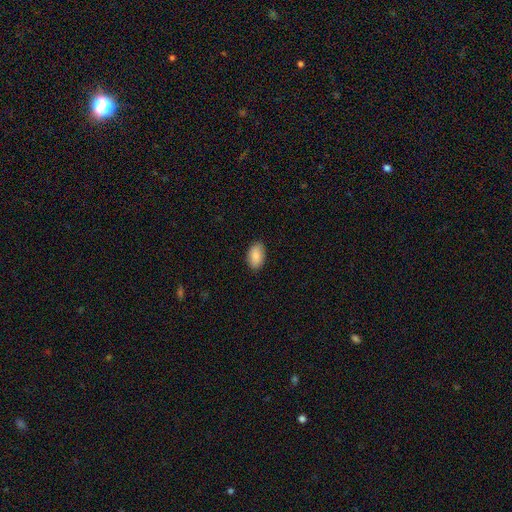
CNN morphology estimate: A smooth galaxy with no disk features (85%) that is in between round and cigar-shaped (93%).

Vote fractions:
- Smooth or featured? smooth: 85% / featured or disk: 9% / star or artifact: 6%
- How rounded? in between: 93% / round: 6% / cigar-shaped: 1%
- Merging? none: 86% / minor disturbance: 11% / major disturbance: 2% / merger: 1%